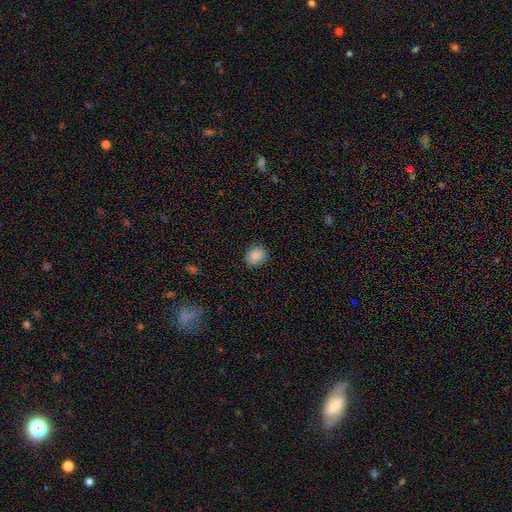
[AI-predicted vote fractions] A smooth galaxy with no disk features (84%) that is round (60%).

Vote fractions:
- Smooth or featured? smooth: 84% / star or artifact: 9% / featured or disk: 7%
- How rounded? round: 60% / in between: 39% / cigar-shaped: 1%
- Merging? none: 88% / minor disturbance: 8% / major disturbance: 2% / merger: 1%